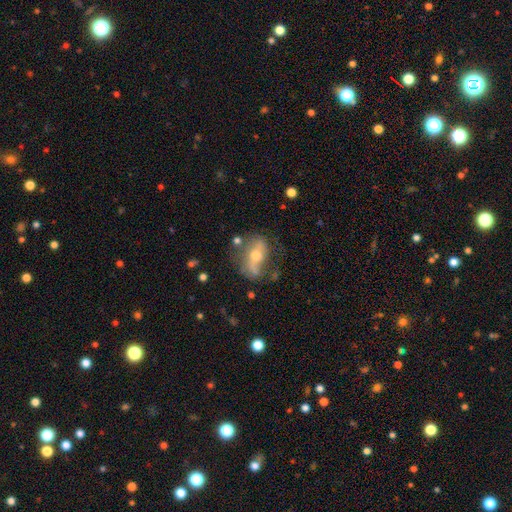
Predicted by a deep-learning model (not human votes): Q: Smooth or featured?
A: featured or disk (62%); runner-up: smooth (28%)
Q: Edge-on disk?
A: no (83%); runner-up: yes (17%)
Q: Bar?
A: no (41%); runner-up: strong (31%)
Q: Spiral arms?
A: yes (63%); runner-up: no (37%)
Q: Bulge size?
A: moderate (64%); runner-up: small (29%)
Q: Merging?
A: none (55%); runner-up: minor disturbance (23%)